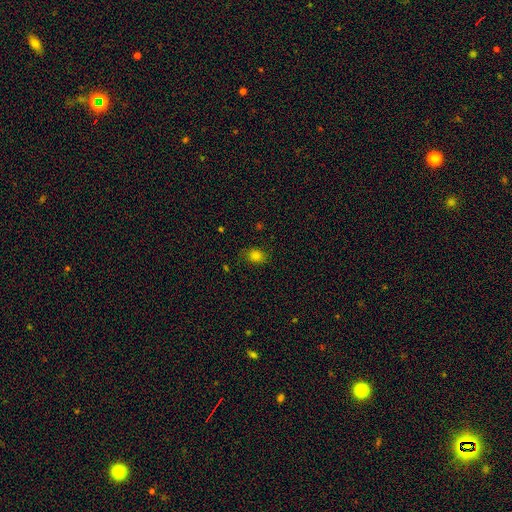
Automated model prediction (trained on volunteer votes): A smooth galaxy with no disk features (79%) that is in between round and cigar-shaped (55%). Merging: none (78%).